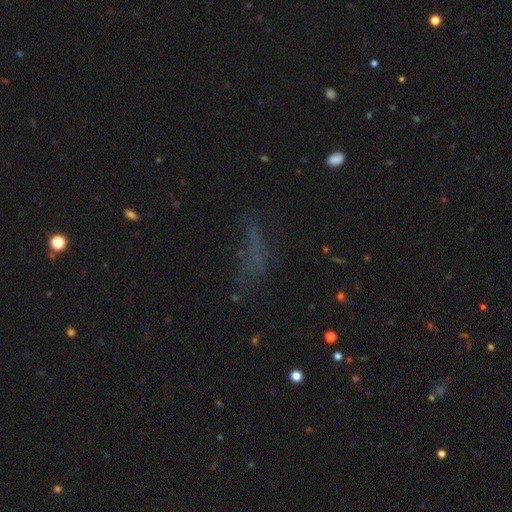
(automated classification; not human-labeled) A smooth galaxy with no disk features (42%).

Vote fractions:
- Smooth or featured? smooth: 42% / star or artifact: 34% / featured or disk: 24%
- Merging? none: 49% / major disturbance: 26% / minor disturbance: 20% / merger: 4%